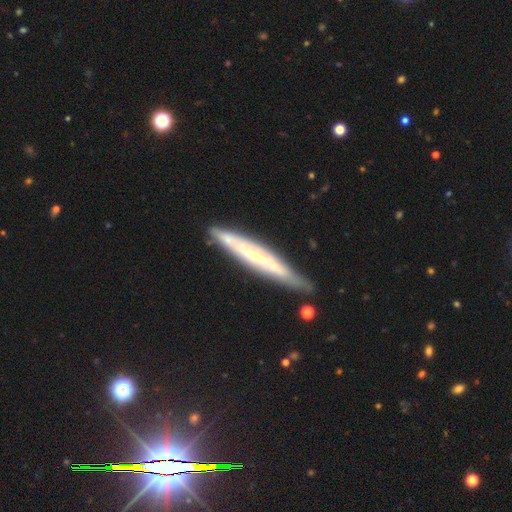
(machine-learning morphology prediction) featured or disk 63%, smooth 29%, star or artifact 7%. Down the decision tree: edge-on disk — yes (80%); edge-on bulge — none (69%); merging — none (79%).